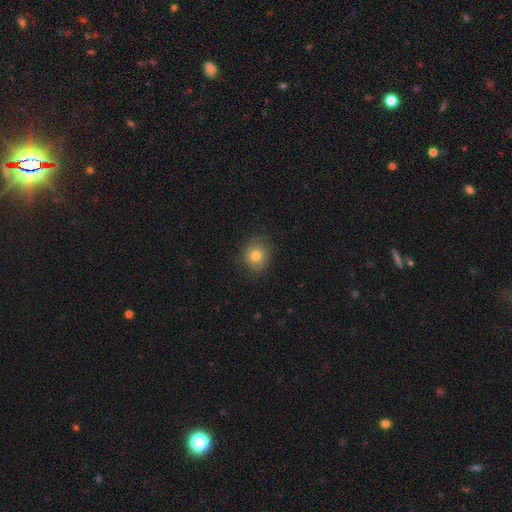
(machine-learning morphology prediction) Smooth or featured: smooth — 76% (featured or disk — 13%)
How rounded: round — 79% (in between — 20%)
Merging: none — 80% (minor disturbance — 15%)